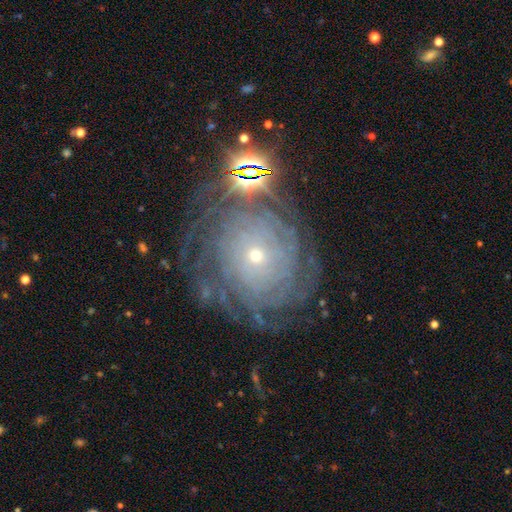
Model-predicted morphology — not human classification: featured or disk 79%, star or artifact 11%, smooth 10%. Down the decision tree: edge-on disk — no (97%); bar — no (82%); spiral arms — yes (93%); spiral arm count — can't tell (37%); spiral winding — tight (84%); bulge size — small (79%); merging — none (75%).